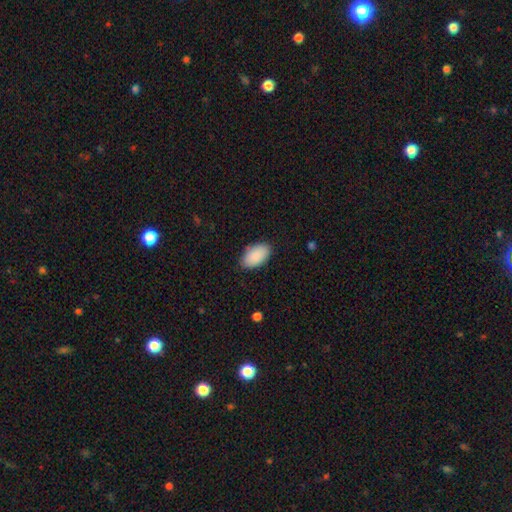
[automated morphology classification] This appears to be a smooth galaxy with no disk features (91%) that is in between round and cigar-shaped (95%). Merging: none (86%).